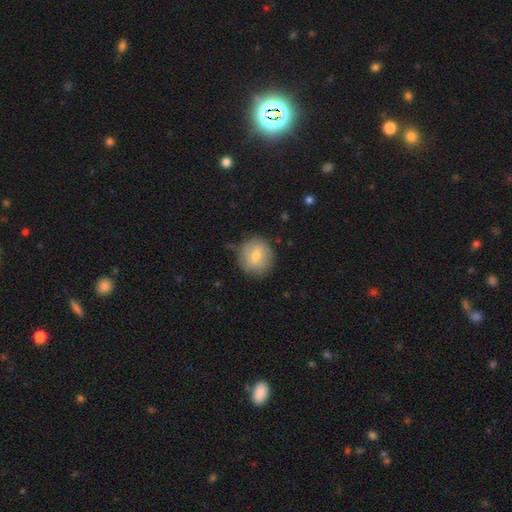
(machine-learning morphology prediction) A smooth galaxy with no disk features (72%) that is round (90%). Merging: none (81%).